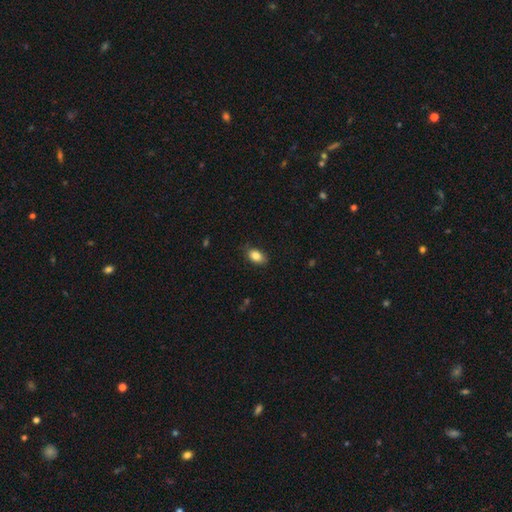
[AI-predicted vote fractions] Smooth or featured? Predicted: smooth (p=0.85). How rounded? Predicted: in between (p=0.86). Merging? Predicted: none (p=0.79).